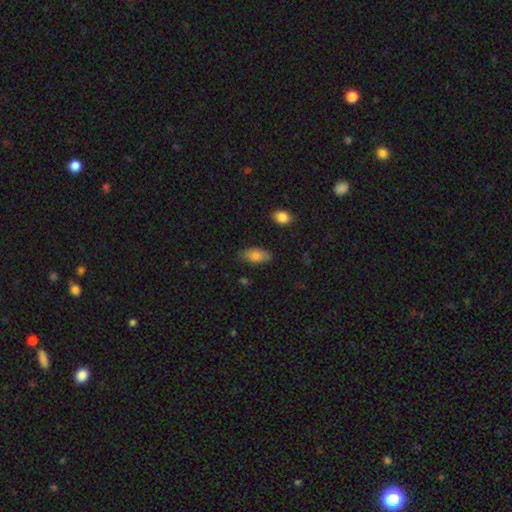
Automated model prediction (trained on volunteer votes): Smooth or featured: smooth — 82% (featured or disk — 11%)
How rounded: in between — 91% (cigar-shaped — 5%)
Merging: none — 79% (minor disturbance — 16%)